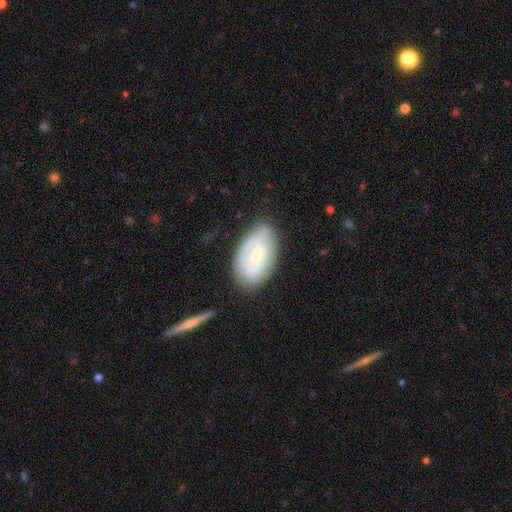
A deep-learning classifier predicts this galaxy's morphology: The model was most divided on "smooth or featured": featured or disk: 60%, smooth: 33%, star or artifact: 7%. More confident: edge-on disk — no (94%); spiral arms — yes (80%); merging — none (73%); bulge size — small (65%); bar — no (64%).